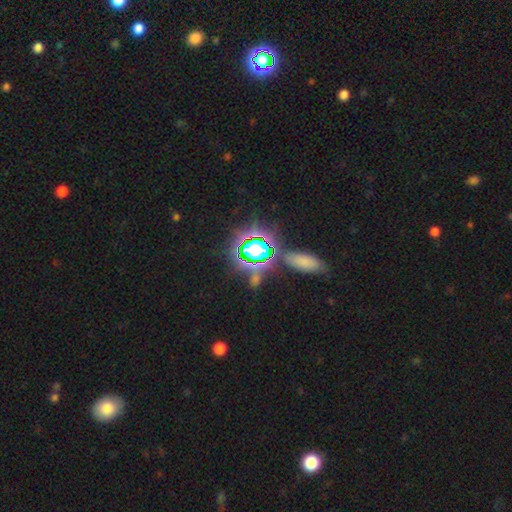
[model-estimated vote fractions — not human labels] This appears to be a star or artifact, not a galaxy (70%).